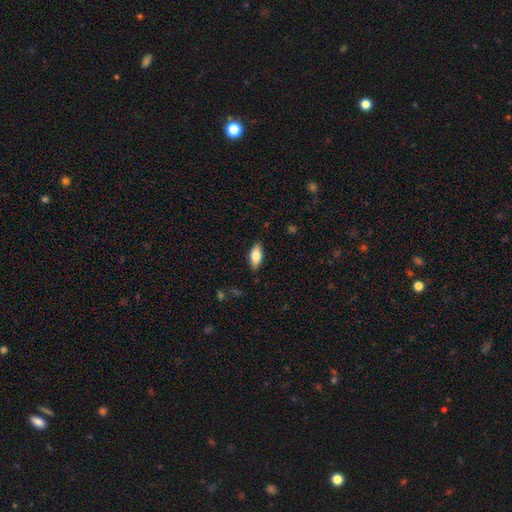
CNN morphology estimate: Smooth or featured? Predicted: smooth (p=0.77). How rounded? Predicted: in between (p=0.84). Merging? Predicted: none (p=0.86).